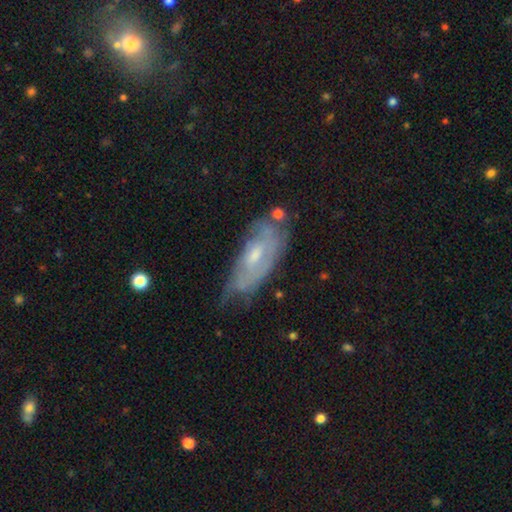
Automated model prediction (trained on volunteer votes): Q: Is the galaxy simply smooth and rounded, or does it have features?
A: featured or disk — 68%.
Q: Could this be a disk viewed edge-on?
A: no — 85%.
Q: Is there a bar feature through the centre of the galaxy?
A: no — 59%.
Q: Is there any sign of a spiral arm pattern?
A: yes — 79%.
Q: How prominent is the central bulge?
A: small — 49%.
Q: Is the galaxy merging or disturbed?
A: none — 59%.